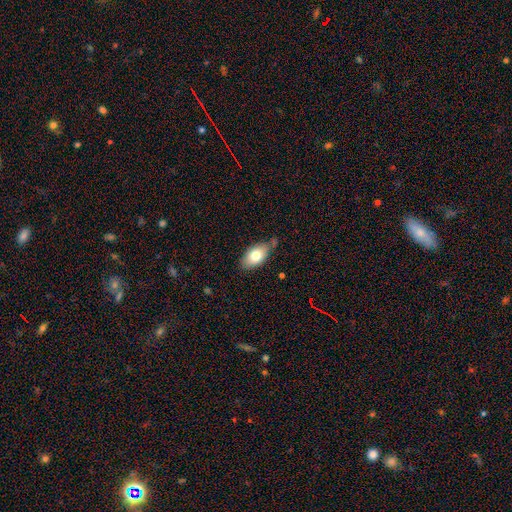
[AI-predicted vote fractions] A smooth galaxy with no disk features (76%) that is in between round and cigar-shaped (92%). Merging: none (71%).